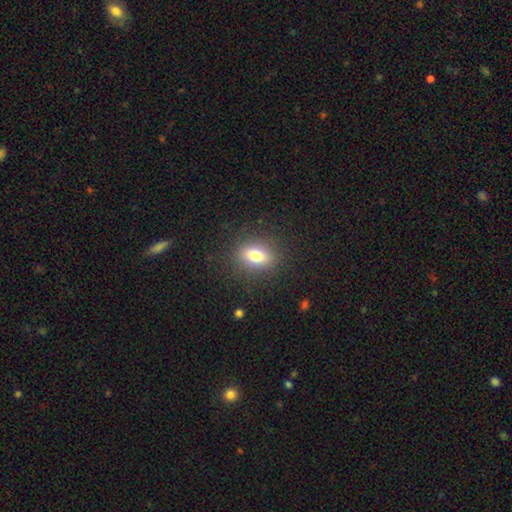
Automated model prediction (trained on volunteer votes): A smooth galaxy with no disk features (74%) that is in between round and cigar-shaped (66%). Merging: none (86%).